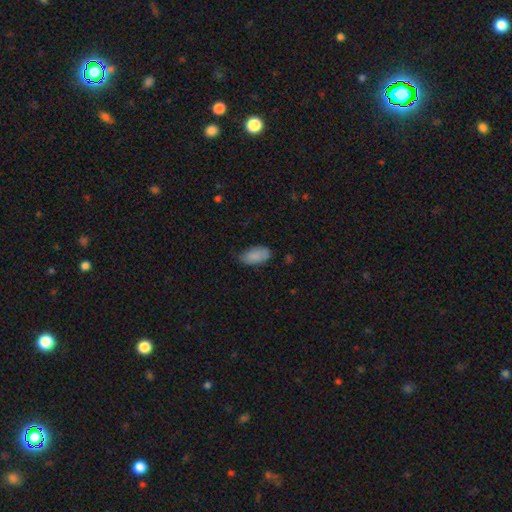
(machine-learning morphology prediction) type=smooth (86%); roundness=in between (94%); merging=none (66%).